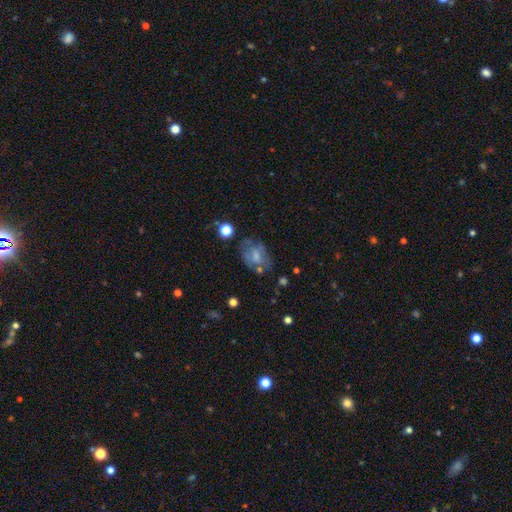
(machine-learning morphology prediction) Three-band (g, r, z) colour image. It shows a smooth galaxy with no disk features (50%). Merging: none (48%).